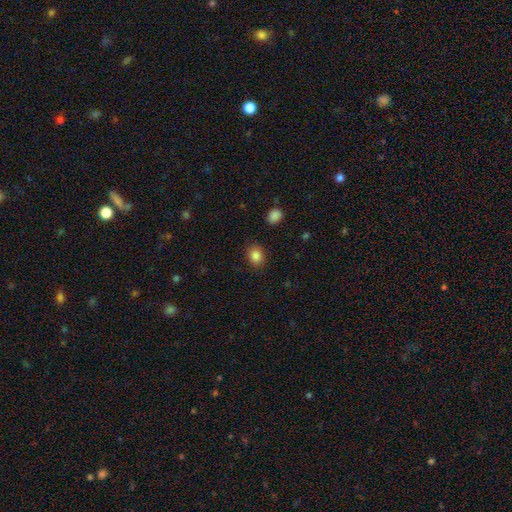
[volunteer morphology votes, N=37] This appears to be a smooth galaxy with no disk features (86%) that is round (66%). Merging: none (91%).